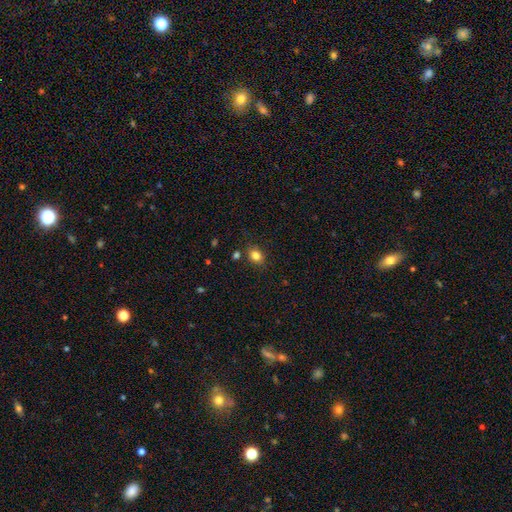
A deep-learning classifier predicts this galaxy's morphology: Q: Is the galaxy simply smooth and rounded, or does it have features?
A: smooth — 82%.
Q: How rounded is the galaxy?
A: in between — 60%.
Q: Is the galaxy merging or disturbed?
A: none — 81%.